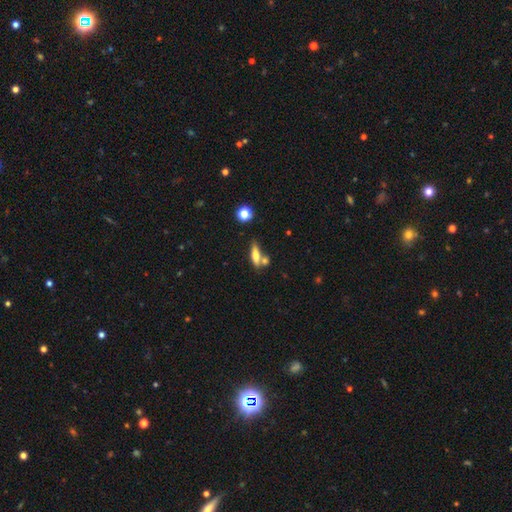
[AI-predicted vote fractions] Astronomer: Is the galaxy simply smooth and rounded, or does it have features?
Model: smooth — 62%.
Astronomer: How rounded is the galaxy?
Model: cigar-shaped — 56% (runner-up: in between, 40%).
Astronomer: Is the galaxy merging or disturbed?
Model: none — 54%.